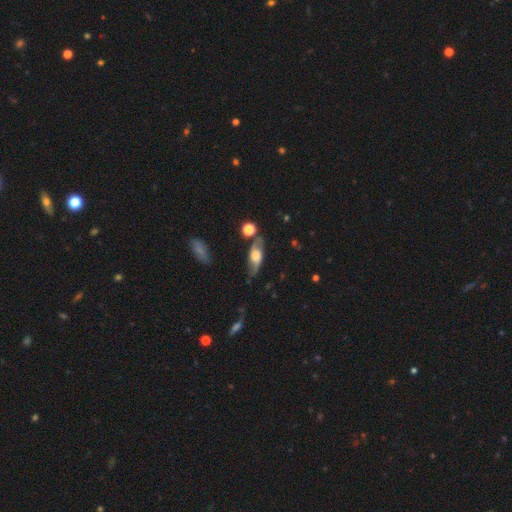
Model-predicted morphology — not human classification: type=featured or disk (57%); edge-on=no (53%); merging=none (72%).